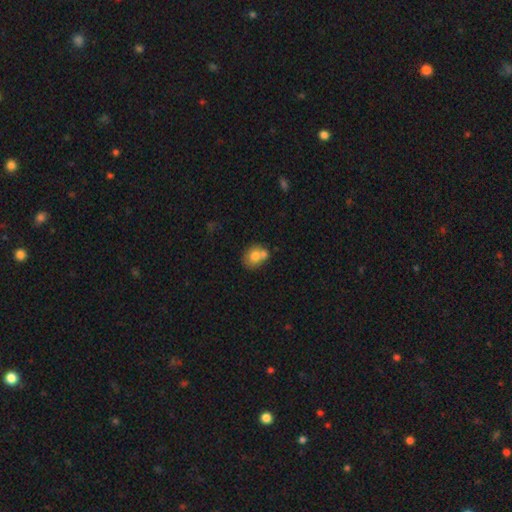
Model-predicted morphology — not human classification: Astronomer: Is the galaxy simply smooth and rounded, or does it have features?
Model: smooth — 73%.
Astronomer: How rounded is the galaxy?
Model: round — 60% (runner-up: in between, 40%).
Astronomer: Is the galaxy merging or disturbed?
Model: none — 45% (runner-up: merger, 38%).